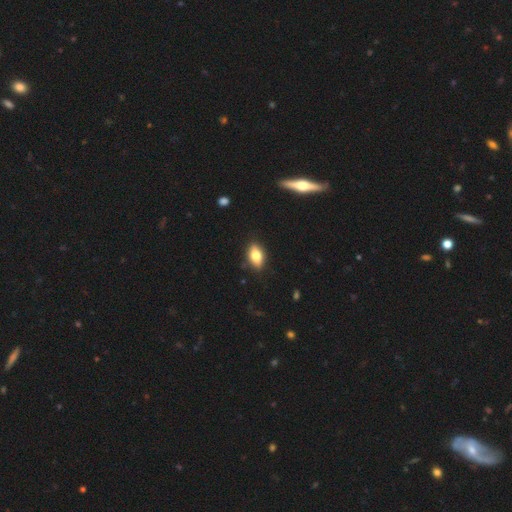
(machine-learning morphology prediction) smooth-or-featured: smooth: 72% | featured or disk: 20% | star or artifact: 8%
  how-rounded: in between: 85% | round: 8% | cigar-shaped: 6%
  merging: none: 86% | minor disturbance: 10% | major disturbance: 2% | merger: 1%